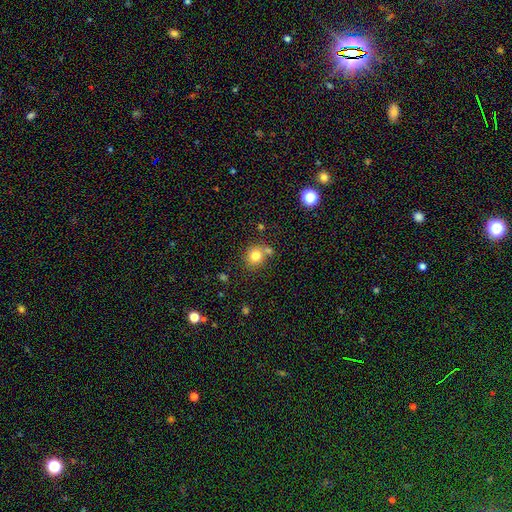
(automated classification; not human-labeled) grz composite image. It shows a smooth galaxy with no disk features (79%) that is round (83%). Merging: none (64%).